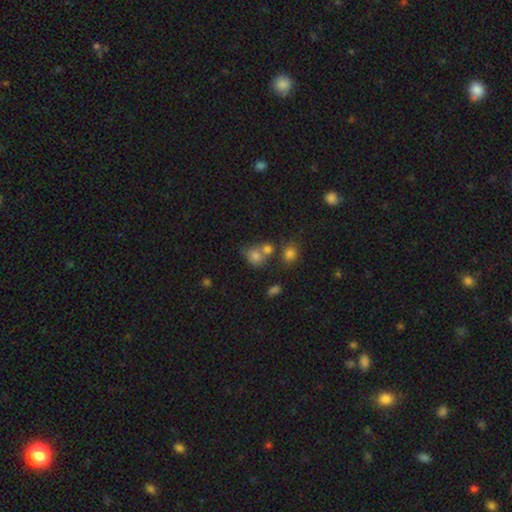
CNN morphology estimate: Smooth or featured? Predicted: smooth (p=0.74). How rounded? Predicted: round (p=0.68). Merging? Predicted: none (p=0.41).